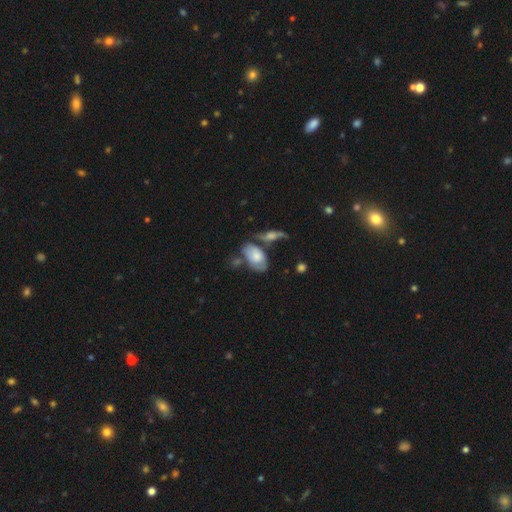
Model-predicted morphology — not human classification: This appears to be a smooth galaxy with no disk features (60%) that is in between round and cigar-shaped (91%). Merging: none (44%).